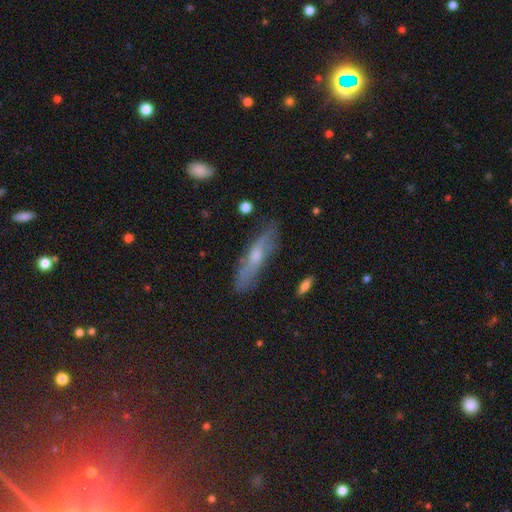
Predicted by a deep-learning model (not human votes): Smooth or featured? Predicted: featured or disk (p=0.52). Edge-on disk? Predicted: yes (p=0.62). Merging? Predicted: none (p=0.75).